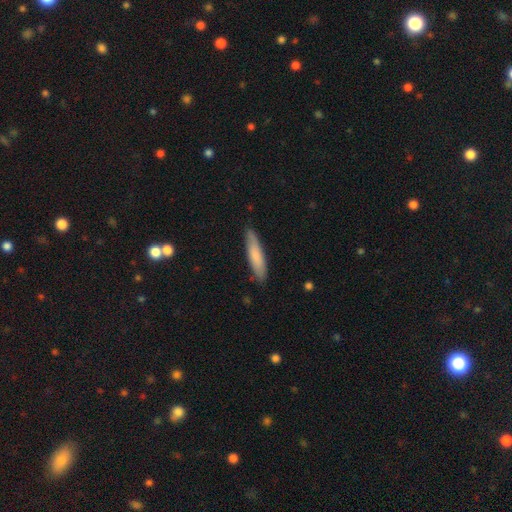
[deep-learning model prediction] Smooth or featured: smooth — 76% (featured or disk — 19%)
How rounded: cigar-shaped — 83% (in between — 16%)
Merging: none — 85% (minor disturbance — 12%)